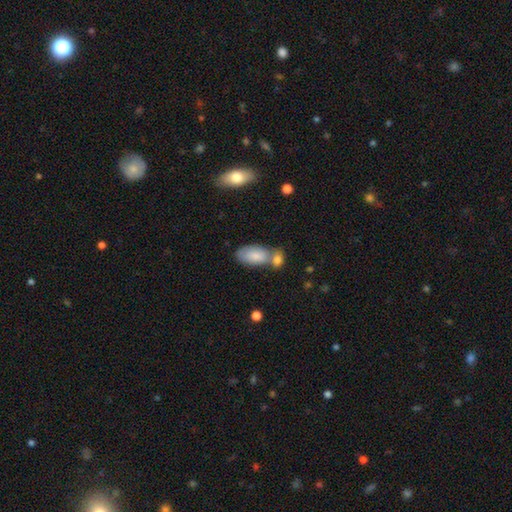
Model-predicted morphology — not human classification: A smooth galaxy with no disk features (80%) that is in between round and cigar-shaped (93%). Merging: merger (41%).